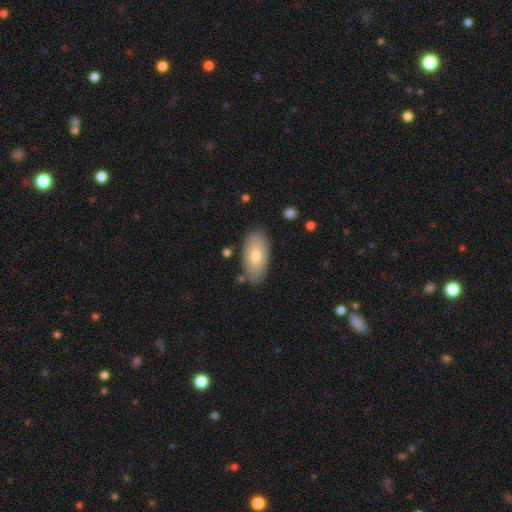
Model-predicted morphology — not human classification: smooth_or_featured: smooth (p=0.70) [alt: featured or disk p=0.23]
how_rounded: in between (p=0.92) [alt: cigar-shaped p=0.05]
merging: none (p=0.82) [alt: minor disturbance p=0.12]